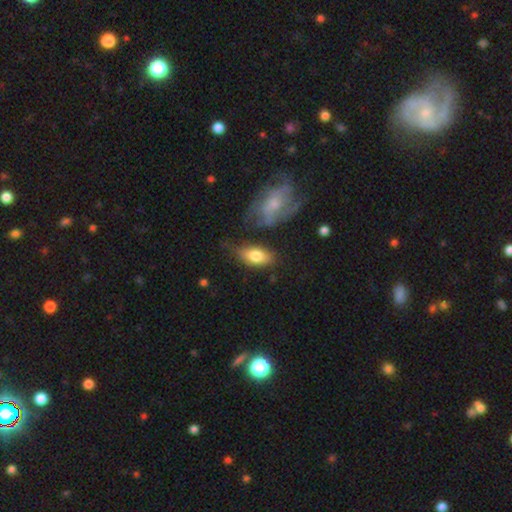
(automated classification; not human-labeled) Morphology: type=smooth (77%); roundness=in between (90%); merging=none (65%).